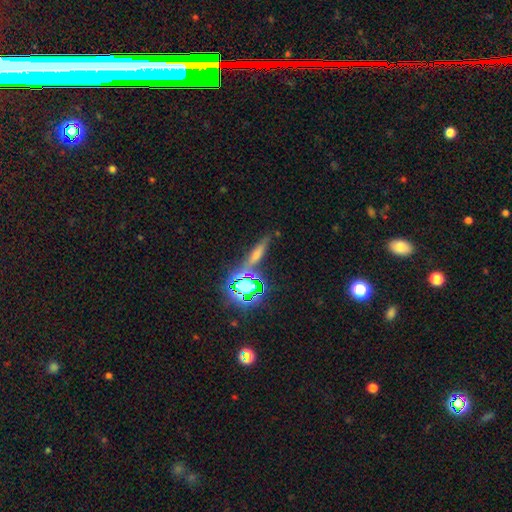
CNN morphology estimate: Q: Smooth or featured?
A: star or artifact (37%); runner-up: featured or disk (32%)